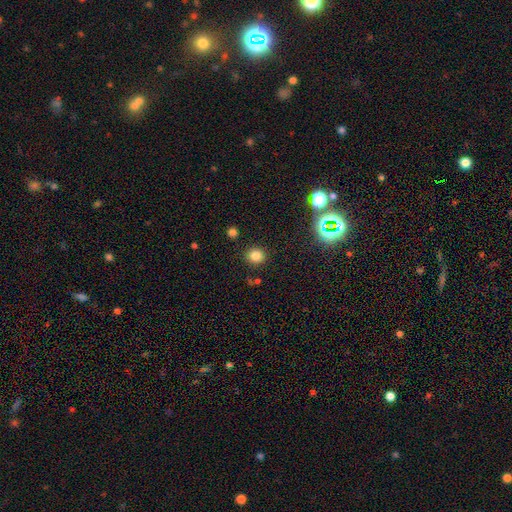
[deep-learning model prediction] Morphology: type=smooth (81%); roundness=round (82%); merging=none (88%).